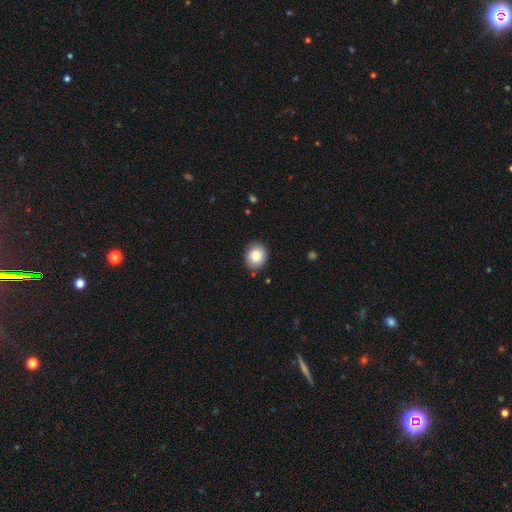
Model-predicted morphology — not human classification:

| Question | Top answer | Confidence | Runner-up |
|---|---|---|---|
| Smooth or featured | smooth | 81% | featured or disk (10%) |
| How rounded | round | 70% | in between (29%) |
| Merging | none | 87% | minor disturbance (9%) |